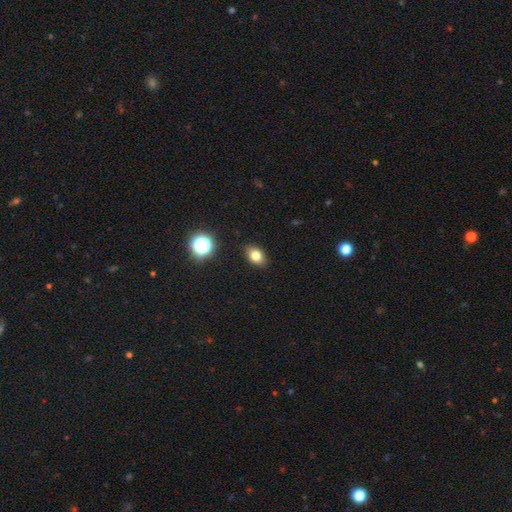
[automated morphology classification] A smooth galaxy with no disk features (78%) that is in between round and cigar-shaped (78%). Merging: none (88%).